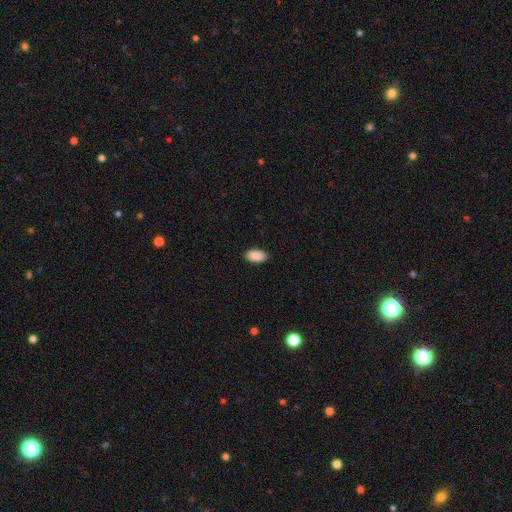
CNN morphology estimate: This appears to be a smooth galaxy with no disk features (91%) that is in between round and cigar-shaped (95%). Merging: none (89%).